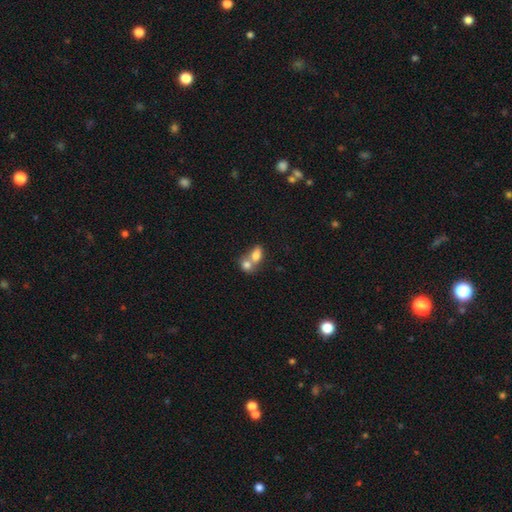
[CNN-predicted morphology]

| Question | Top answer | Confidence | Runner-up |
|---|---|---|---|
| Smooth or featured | smooth | 77% | featured or disk (15%) |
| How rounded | in between | 70% | round (28%) |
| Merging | merger | 73% | none (19%) |